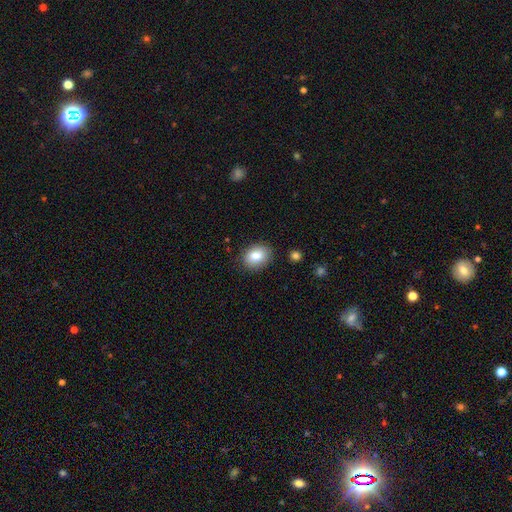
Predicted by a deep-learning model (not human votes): Q: Smooth or featured?
A: smooth (83%); runner-up: featured or disk (9%)
Q: How rounded?
A: in between (66%); runner-up: round (33%)
Q: Merging?
A: none (85%); runner-up: minor disturbance (11%)